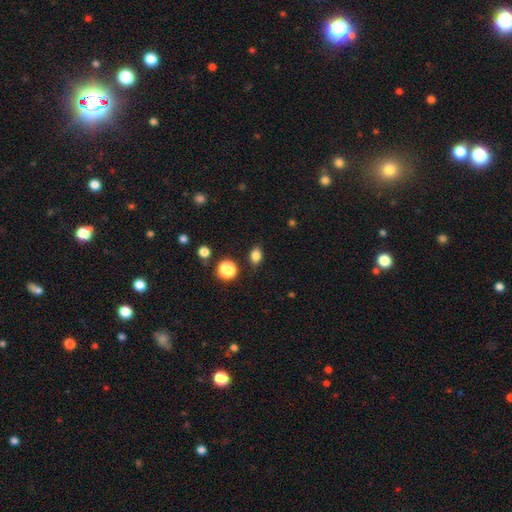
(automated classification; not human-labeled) Q: Smooth or featured?
A: smooth (83%); runner-up: star or artifact (13%)
Q: How rounded?
A: in between (66%); runner-up: round (32%)
Q: Merging?
A: none (82%); runner-up: minor disturbance (12%)